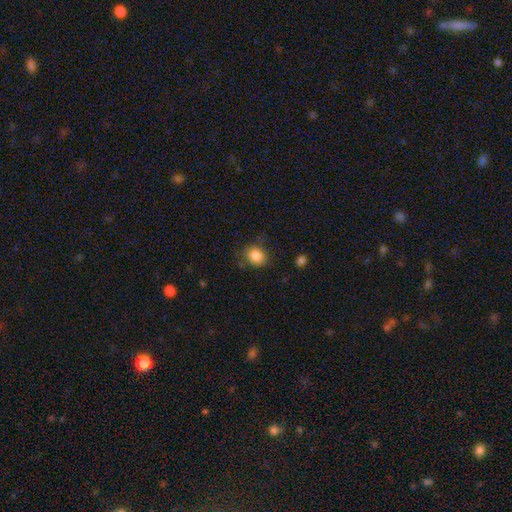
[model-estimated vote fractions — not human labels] Morphology: type=smooth (85%); roundness=round (70%); merging=none (75%).